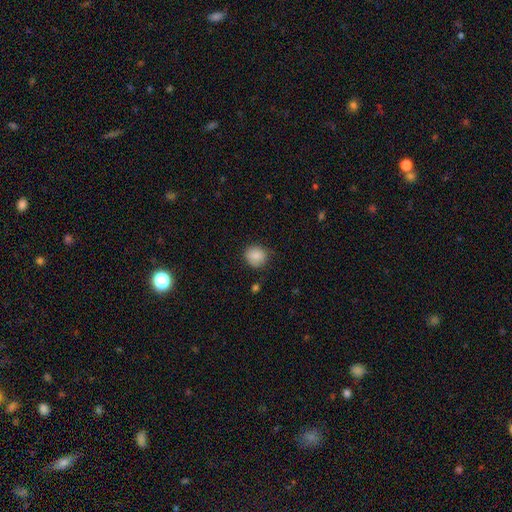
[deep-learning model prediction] Overall: smooth (87%). How rounded: round (83%). Merging: none (83%).